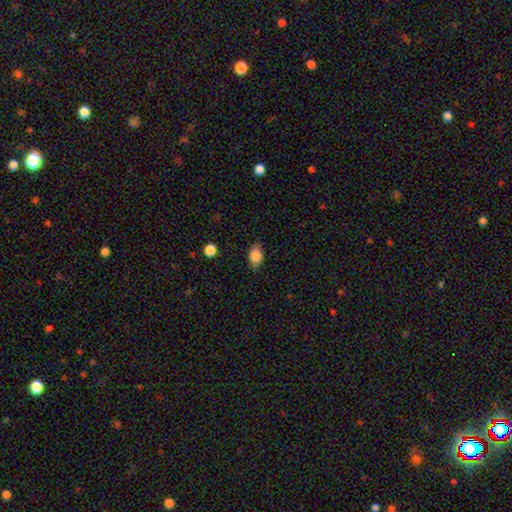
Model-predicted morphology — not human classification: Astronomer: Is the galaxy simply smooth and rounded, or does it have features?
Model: smooth — 83%.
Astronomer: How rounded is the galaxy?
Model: in between — 81%.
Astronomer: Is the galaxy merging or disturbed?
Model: none — 79%.